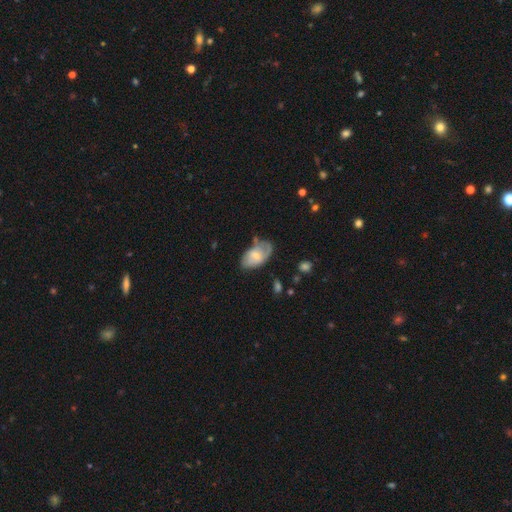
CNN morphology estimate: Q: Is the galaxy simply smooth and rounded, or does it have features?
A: featured or disk — 49%.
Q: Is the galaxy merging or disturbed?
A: none — 50%.